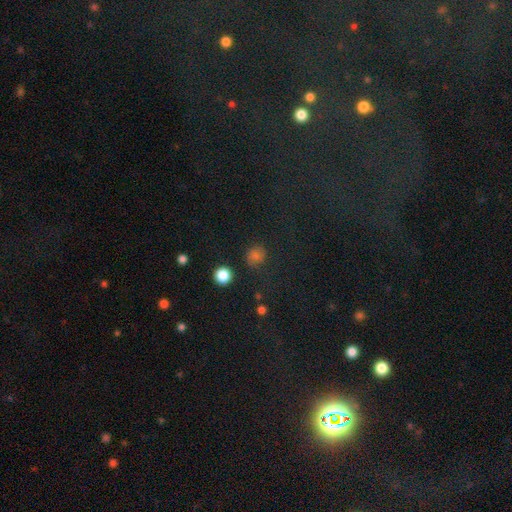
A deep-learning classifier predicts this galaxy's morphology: A smooth galaxy with no disk features (70%) that is round (84%). Merging: none (78%).